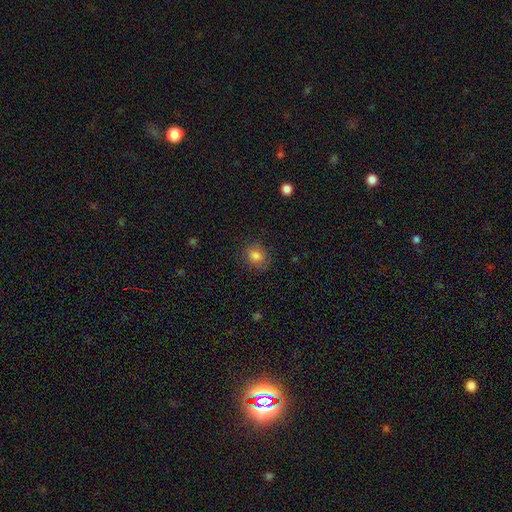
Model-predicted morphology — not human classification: type=smooth (82%); roundness=round (68%); merging=none (79%).